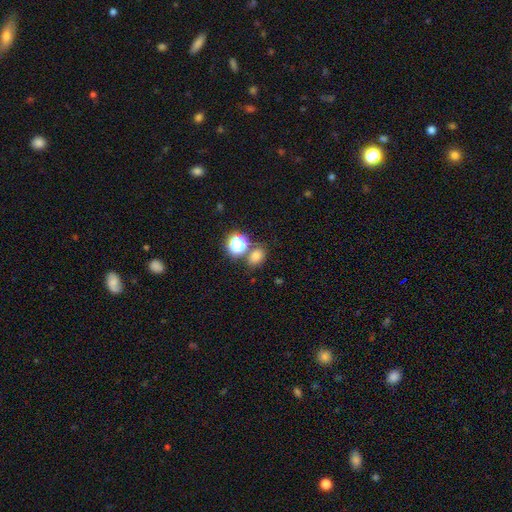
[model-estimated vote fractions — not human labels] Morphology: type=smooth (72%); roundness=in between (56%); merging=none (69%).